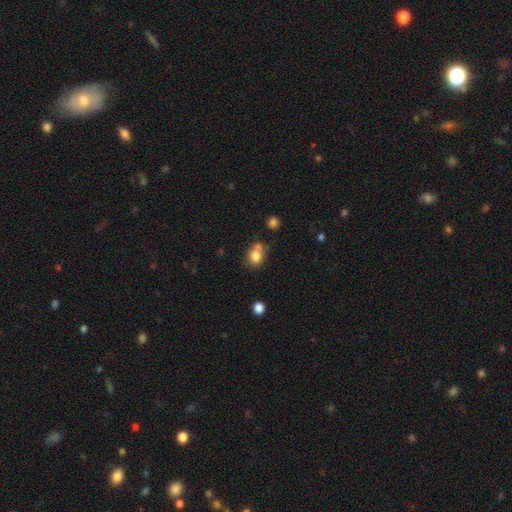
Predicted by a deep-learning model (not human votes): Overall: smooth (79%). How rounded: round (54%; in between 45%). Merging: none (49%; merger 26%).